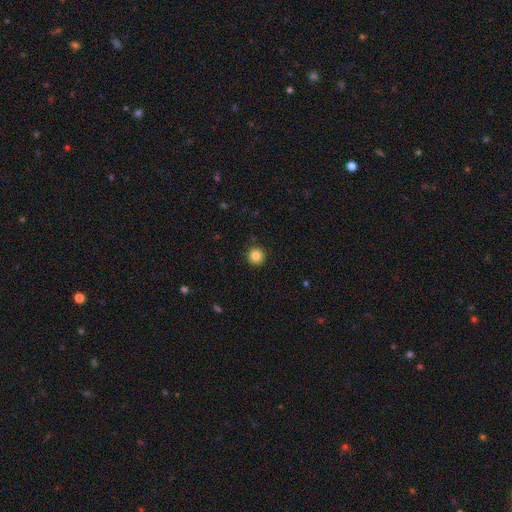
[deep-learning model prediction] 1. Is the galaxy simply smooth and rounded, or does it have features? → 85% smooth, 11% star or artifact, 5% featured or disk.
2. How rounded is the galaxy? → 96% round, 3% in between, 1% cigar-shaped.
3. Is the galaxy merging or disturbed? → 92% none, 5% minor disturbance, 2% major disturbance, 1% merger.